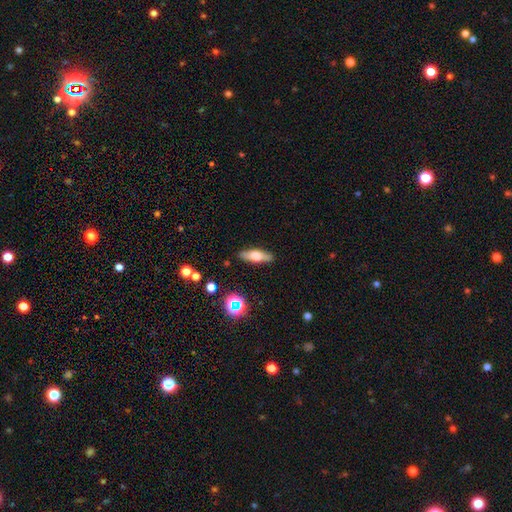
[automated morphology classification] smooth 58%, featured or disk 34%, star or artifact 9%. Down the decision tree: how rounded — in between (52%); merging — none (86%).